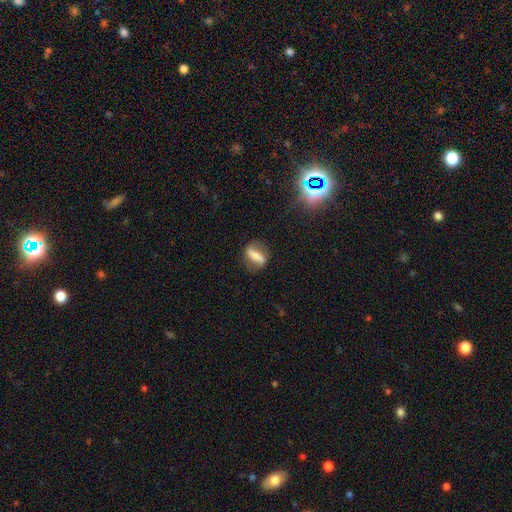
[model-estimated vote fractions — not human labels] Smooth or featured?
  - featured or disk: 54% *
  - smooth: 36%
  - star or artifact: 10%
Edge-on disk?
  - no: 88% *
  - yes: 12%
Merging?
  - none: 75% *
  - minor disturbance: 15%
  - major disturbance: 8%
  - merger: 2%